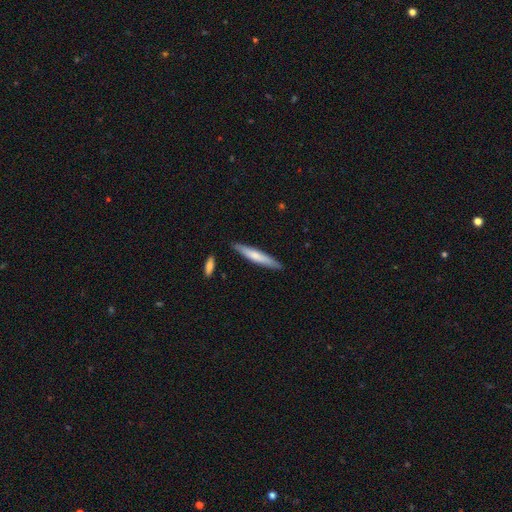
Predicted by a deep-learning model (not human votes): A smooth galaxy with no disk features (65%) that is cigar-shaped (93%).

Vote fractions:
- Smooth or featured? smooth: 65% / featured or disk: 30% / star or artifact: 5%
- How rounded? cigar-shaped: 93% / in between: 6% / round: 1%
- Merging? none: 87% / minor disturbance: 9% / merger: 2% / major disturbance: 2%